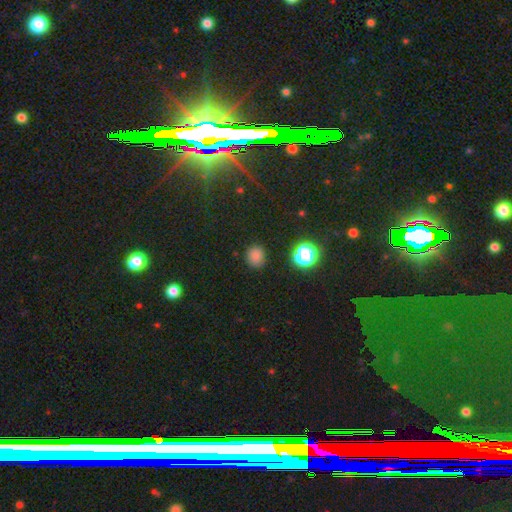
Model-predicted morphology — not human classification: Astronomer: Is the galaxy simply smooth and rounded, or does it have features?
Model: smooth — 78%.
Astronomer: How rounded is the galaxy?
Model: round — 79%.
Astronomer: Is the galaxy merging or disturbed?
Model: none — 83%.